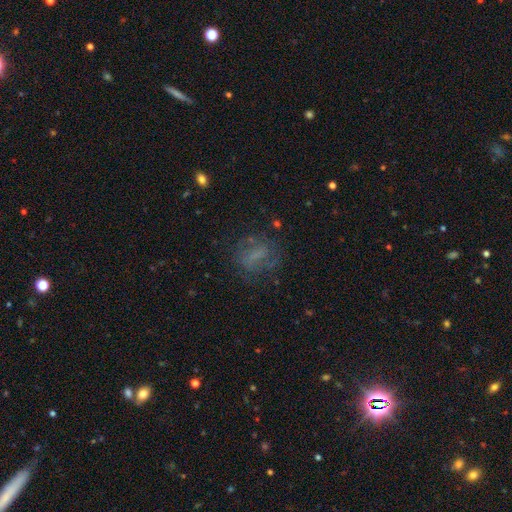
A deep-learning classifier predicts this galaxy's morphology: type=smooth (44%); merging=none (64%).